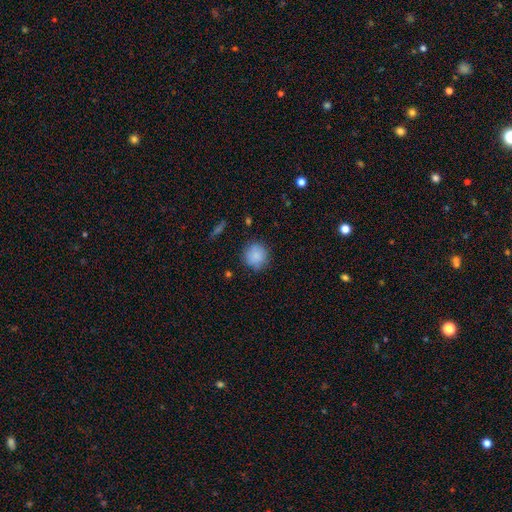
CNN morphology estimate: Smooth or featured?
  - smooth: 86% *
  - star or artifact: 8%
  - featured or disk: 6%
How rounded?
  - round: 91% *
  - in between: 8%
  - cigar-shaped: 1%
Merging?
  - none: 83% *
  - minor disturbance: 13%
  - major disturbance: 3%
  - merger: 1%